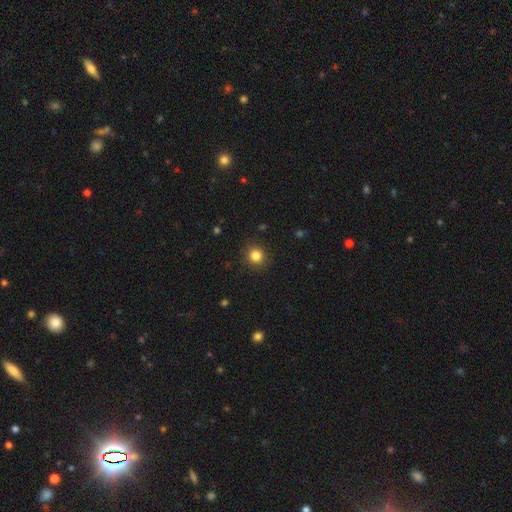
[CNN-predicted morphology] This appears to be a smooth galaxy with no disk features (83%) that is round (89%). Merging: none (90%).